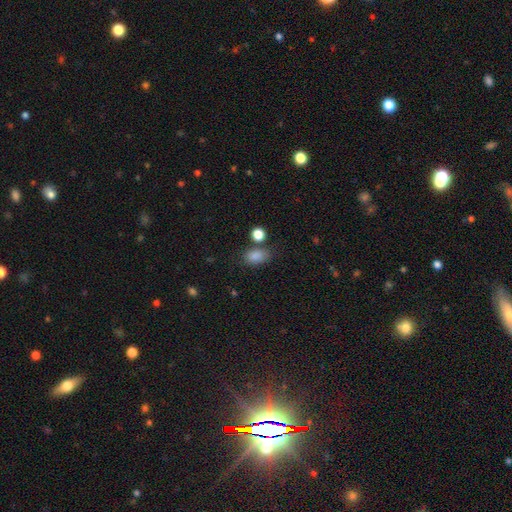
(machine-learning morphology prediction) Smooth or featured?
  - smooth: 85% *
  - star or artifact: 10%
  - featured or disk: 5%
How rounded?
  - in between: 82% *
  - round: 16%
  - cigar-shaped: 2%
Merging?
  - none: 68% *
  - minor disturbance: 16%
  - merger: 11%
  - major disturbance: 5%